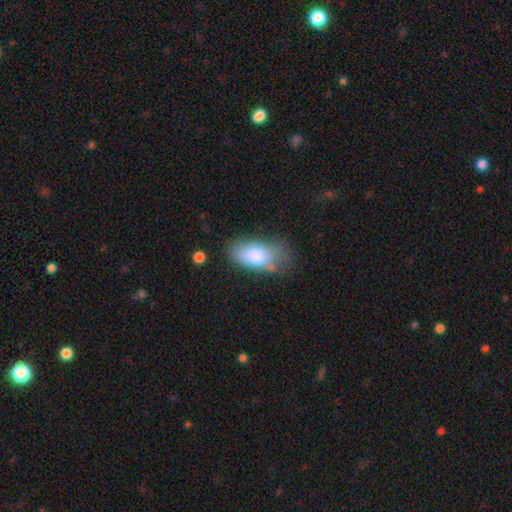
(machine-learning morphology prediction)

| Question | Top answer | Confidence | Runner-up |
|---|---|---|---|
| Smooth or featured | smooth | 82% | featured or disk (11%) |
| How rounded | in between | 92% | round (4%) |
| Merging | none | 58% | minor disturbance (26%) |